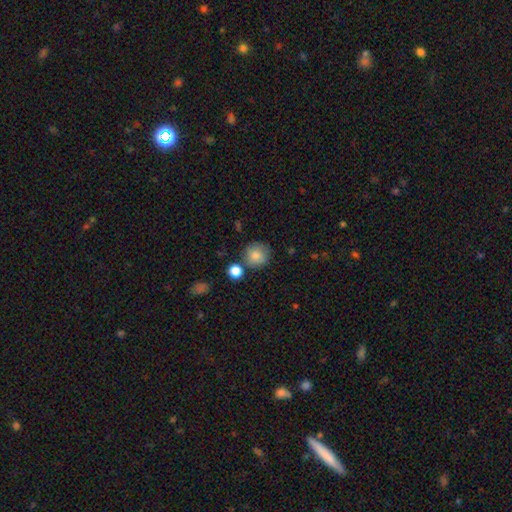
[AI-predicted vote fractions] Smooth or featured?
  - smooth: 83% *
  - star or artifact: 9%
  - featured or disk: 8%
How rounded?
  - round: 91% *
  - in between: 8%
  - cigar-shaped: 1%
Merging?
  - none: 73% *
  - minor disturbance: 14%
  - merger: 9%
  - major disturbance: 4%